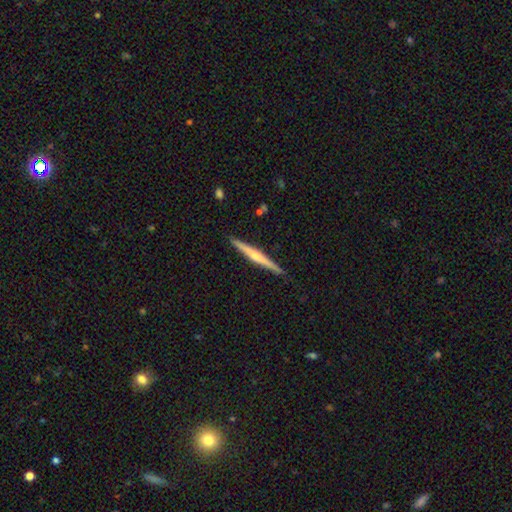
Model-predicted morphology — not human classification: featured or disk 65%, smooth 30%, star or artifact 5%. Down the decision tree: edge-on disk — yes (98%); edge-on bulge — rounded (71%); merging — none (90%).